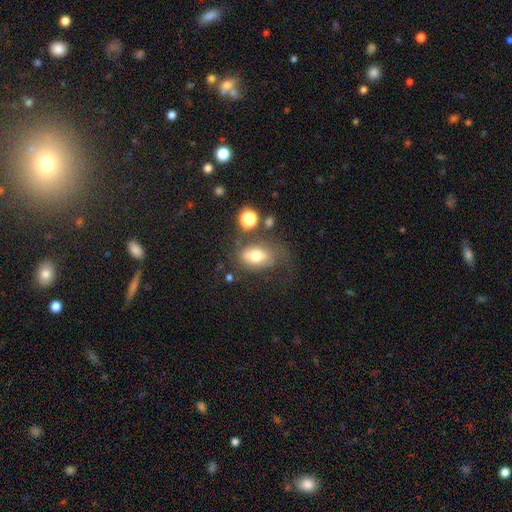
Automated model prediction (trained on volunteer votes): Smooth or featured?
  - smooth: 68% *
  - featured or disk: 21%
  - star or artifact: 11%
How rounded?
  - in between: 85% *
  - round: 13%
  - cigar-shaped: 2%
Merging?
  - none: 47% *
  - major disturbance: 23%
  - minor disturbance: 22%
  - merger: 8%